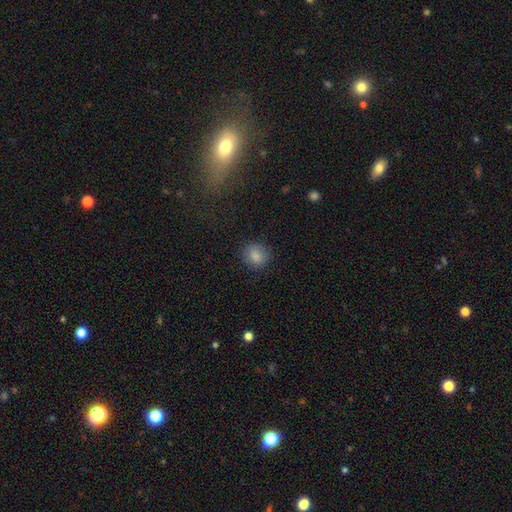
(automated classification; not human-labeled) Morphology: type=smooth (83%); roundness=round (81%); merging=none (86%).